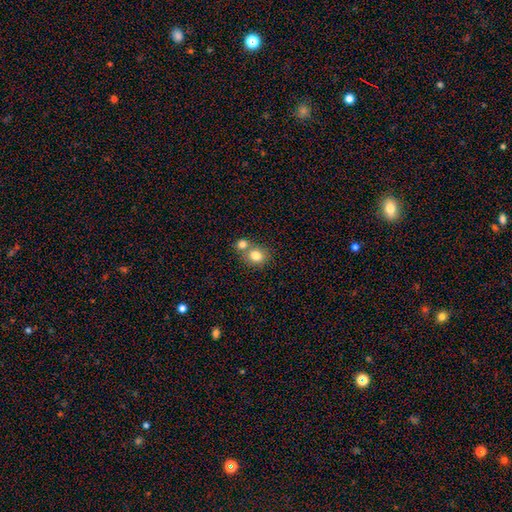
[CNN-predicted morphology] Smooth or featured: smooth — 80% (star or artifact — 10%)
How rounded: round — 71% (in between — 28%)
Merging: none — 45% (merger — 44%)